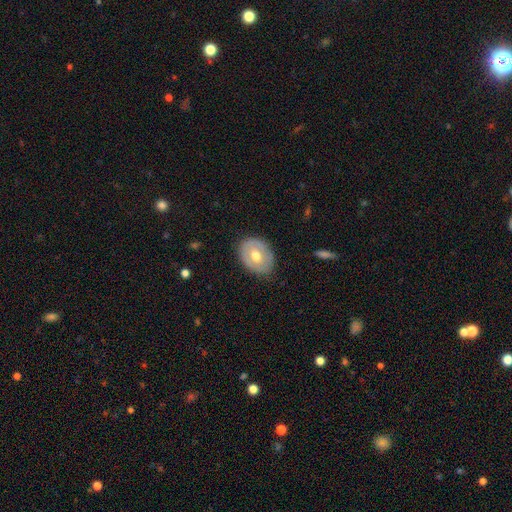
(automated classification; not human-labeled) Smooth or featured?
  - smooth: 51% *
  - featured or disk: 43%
  - star or artifact: 6%
How rounded?
  - in between: 57% *
  - round: 42%
  - cigar-shaped: 1%
Merging?
  - none: 80% *
  - minor disturbance: 15%
  - major disturbance: 4%
  - merger: 1%